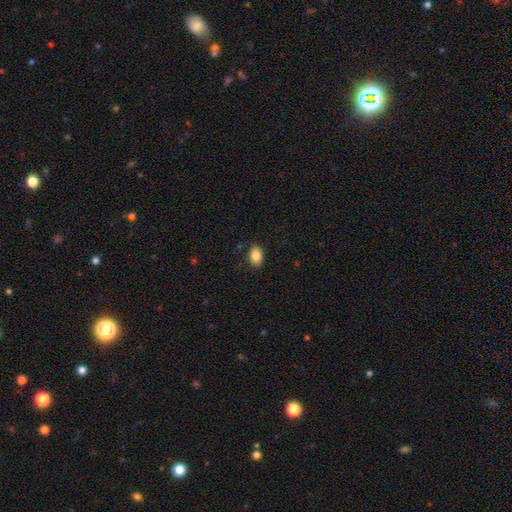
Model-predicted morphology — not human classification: smooth 85%, star or artifact 8%, featured or disk 7%. Down the decision tree: how rounded — in between (84%); merging — none (87%).